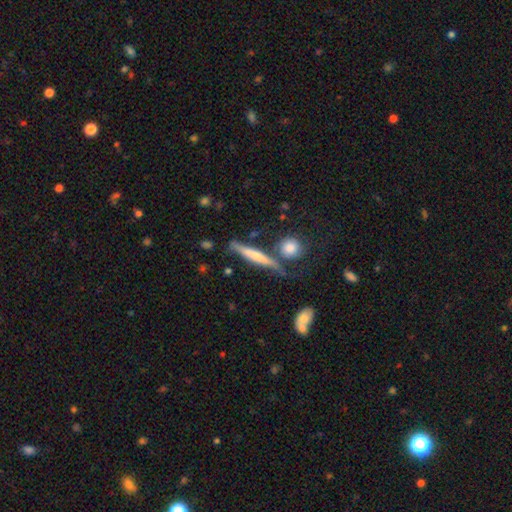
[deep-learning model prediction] A smooth galaxy with no disk features (48%). Merging: none (68%).